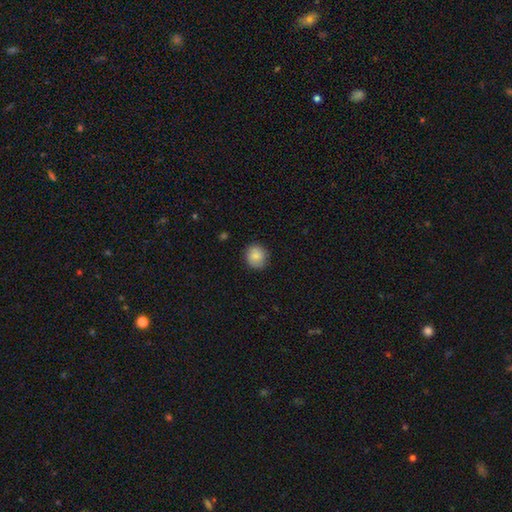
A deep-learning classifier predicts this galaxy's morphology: Smooth or featured: smooth — 86% (star or artifact — 8%)
How rounded: round — 83% (in between — 16%)
Merging: none — 86% (minor disturbance — 10%)